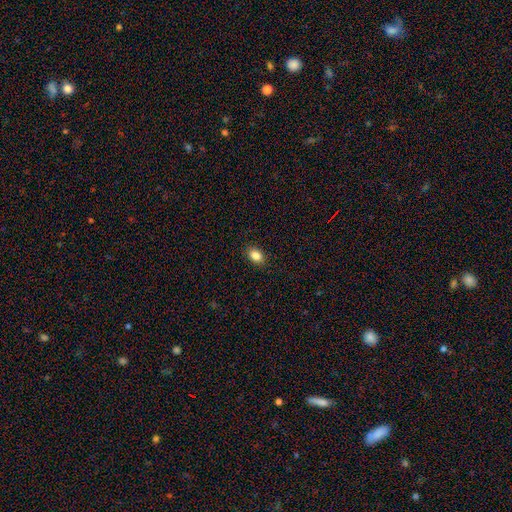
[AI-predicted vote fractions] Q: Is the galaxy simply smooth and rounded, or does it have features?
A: smooth — 86%.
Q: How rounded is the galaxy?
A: in between — 78%.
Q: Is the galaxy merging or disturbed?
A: none — 89%.